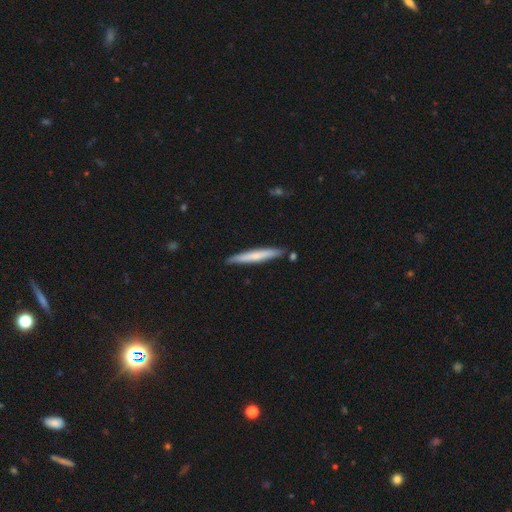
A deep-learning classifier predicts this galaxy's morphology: type=smooth (58%); roundness=cigar-shaped (96%); merging=none (88%).